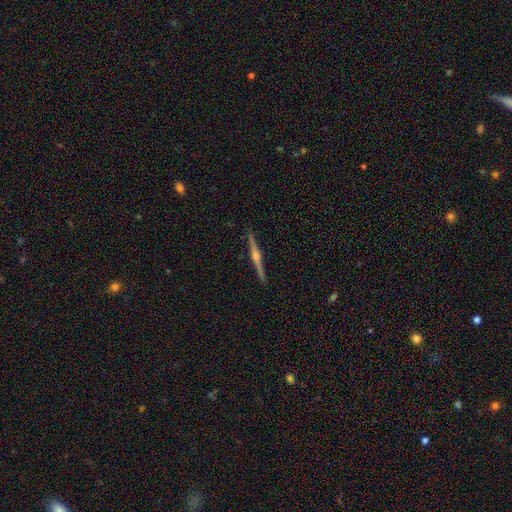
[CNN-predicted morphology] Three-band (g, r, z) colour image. It shows a featured or disk galaxy (84%) viewed edge-on (99%) with a rounded central bulge (90%). Merging: none (92%).